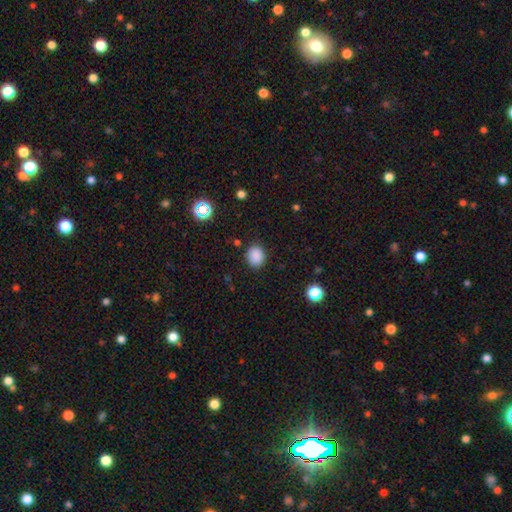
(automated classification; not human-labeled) A smooth galaxy with no disk features (86%) that is round (59%). Merging: none (86%).